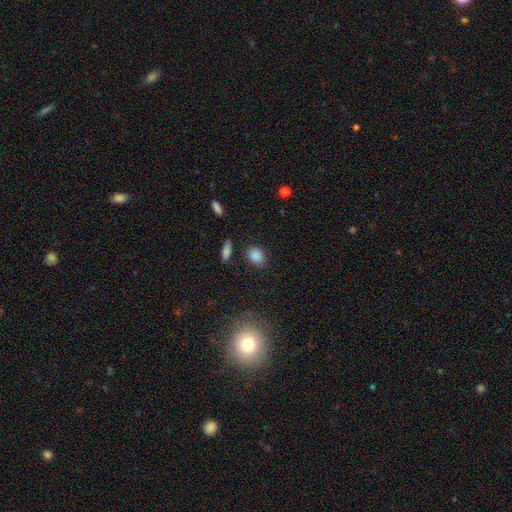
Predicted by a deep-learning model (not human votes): Smooth or featured?
  - smooth: 87% *
  - star or artifact: 9%
  - featured or disk: 4%
How rounded?
  - in between: 50% *
  - round: 48%
  - cigar-shaped: 2%
Merging?
  - none: 80% *
  - minor disturbance: 13%
  - major disturbance: 3%
  - merger: 3%